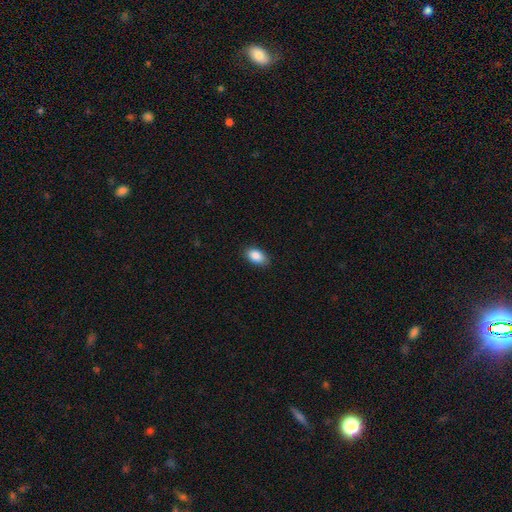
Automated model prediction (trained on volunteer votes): smooth-or-featured: smooth: 88% | star or artifact: 7% | featured or disk: 4%
  how-rounded: in between: 91% | round: 7% | cigar-shaped: 2%
  merging: none: 86% | minor disturbance: 11% | major disturbance: 2% | merger: 1%